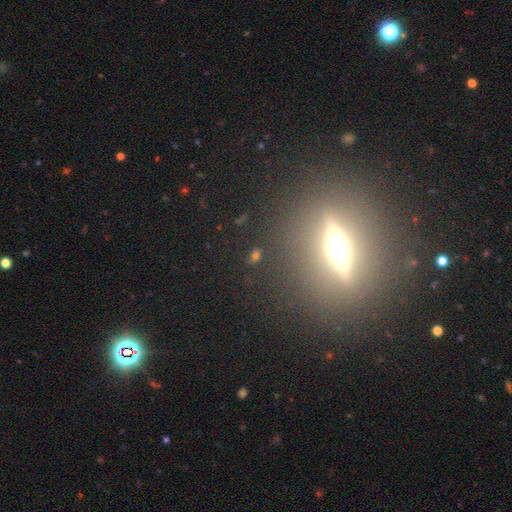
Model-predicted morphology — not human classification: This appears to be a featured or disk galaxy (46%). Merging: none (85%).